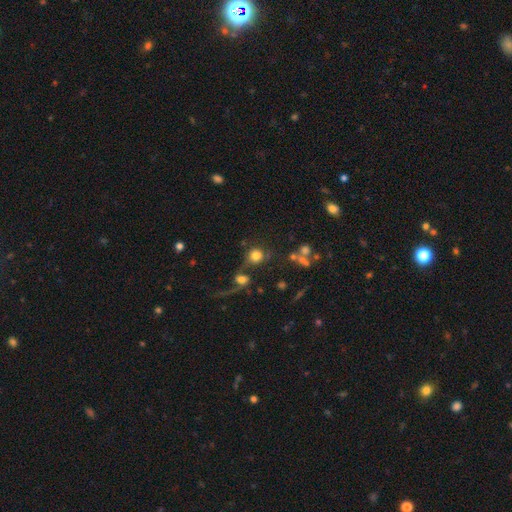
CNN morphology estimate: Q: Smooth or featured?
A: smooth (73%); runner-up: featured or disk (15%)
Q: How rounded?
A: round (89%); runner-up: in between (10%)
Q: Merging?
A: none (44%); runner-up: merger (33%)